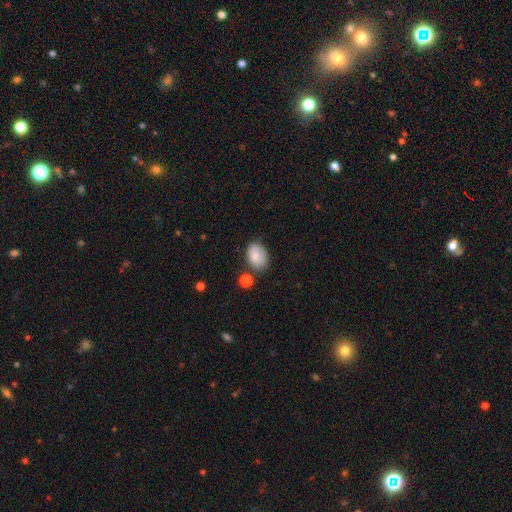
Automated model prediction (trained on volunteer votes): This is clearly a smooth galaxy (83%). How rounded: clearly in between (85%). Merging: likely none (68%).